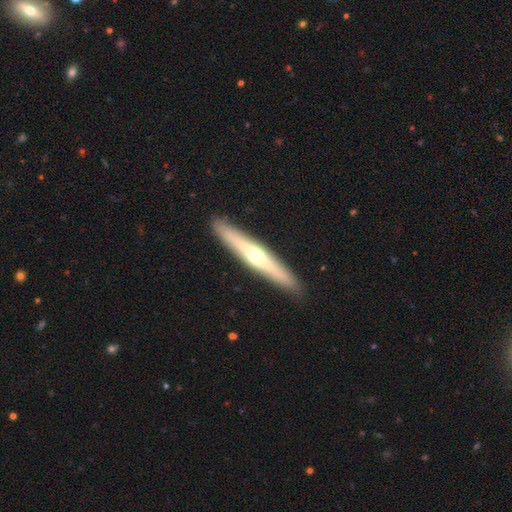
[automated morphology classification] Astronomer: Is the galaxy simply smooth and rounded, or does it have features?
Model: featured or disk — 61%.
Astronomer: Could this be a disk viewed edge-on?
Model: yes — 93%.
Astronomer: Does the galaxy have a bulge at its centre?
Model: rounded — 86%.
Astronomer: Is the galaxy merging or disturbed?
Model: none — 91%.